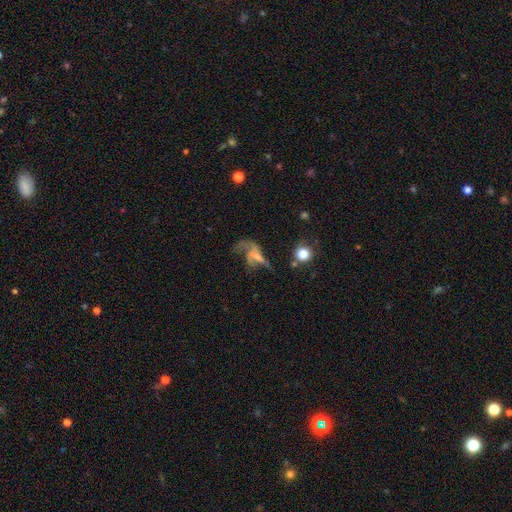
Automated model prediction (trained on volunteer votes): Overall: featured or disk (59%; smooth 25%). Edge-on disk: no (89%). Bar: no (64%; weak 24%). Spiral arms: yes (53%; no 47%). Bulge size: small (38%; none 35%). Merging: major disturbance (50%; none 22%).